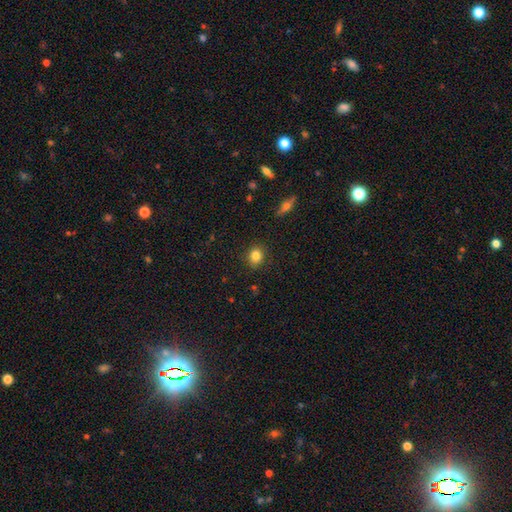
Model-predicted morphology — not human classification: Q: Smooth or featured?
A: smooth (82%); runner-up: star or artifact (11%)
Q: How rounded?
A: round (71%); runner-up: in between (28%)
Q: Merging?
A: none (88%); runner-up: minor disturbance (8%)